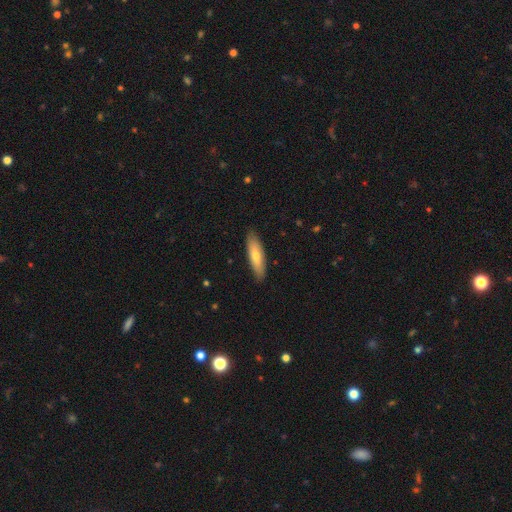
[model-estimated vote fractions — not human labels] Morphology: type=smooth (69%); roundness=cigar-shaped (59%); merging=none (86%).